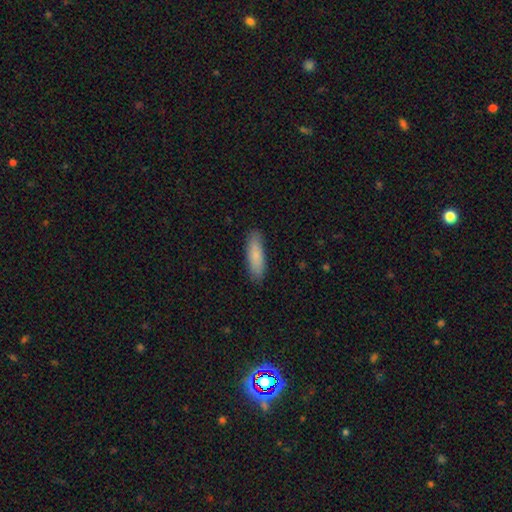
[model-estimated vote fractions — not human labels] A smooth galaxy with no disk features (83%) that is cigar-shaped (59%).

Vote fractions:
- Smooth or featured? smooth: 83% / featured or disk: 11% / star or artifact: 6%
- How rounded? cigar-shaped: 59% / in between: 39% / round: 2%
- Merging? none: 87% / minor disturbance: 10% / major disturbance: 2% / merger: 1%